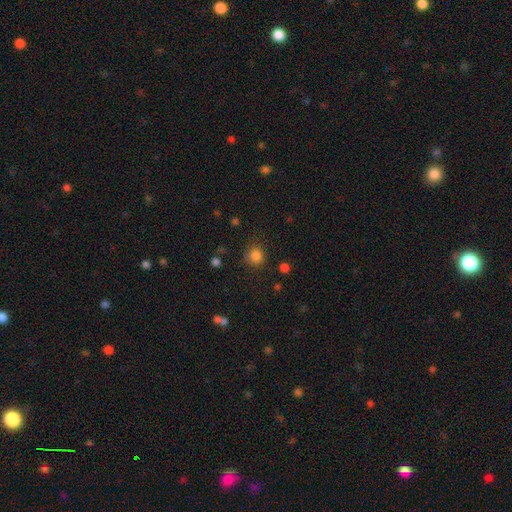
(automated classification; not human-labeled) The model was most divided on "merging": none: 80%, minor disturbance: 14%, major disturbance: 5%, merger: 2%. More confident: how rounded — round (86%); smooth or featured — smooth (83%).